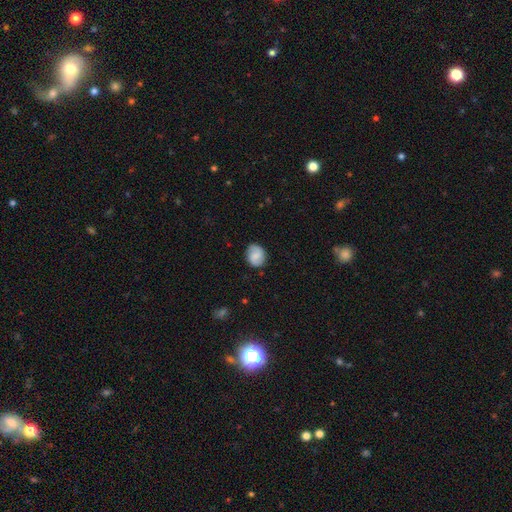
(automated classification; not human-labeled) Morphology: type=smooth (61%); roundness=round (55%); merging=none (80%).